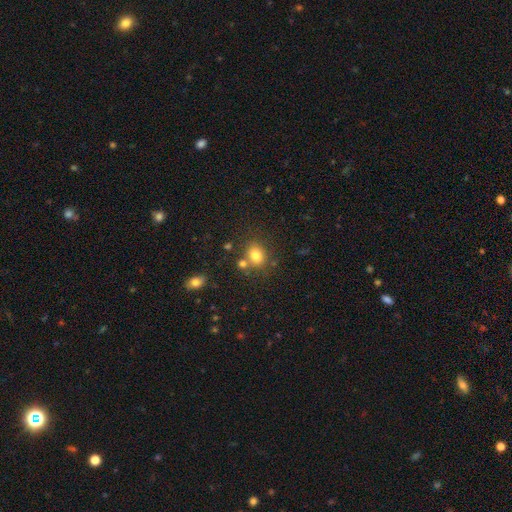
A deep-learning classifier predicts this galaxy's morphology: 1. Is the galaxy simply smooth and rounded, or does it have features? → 79% smooth, 12% star or artifact, 9% featured or disk.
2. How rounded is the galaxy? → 52% round, 47% in between, 1% cigar-shaped.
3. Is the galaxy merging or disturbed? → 65% none, 18% merger, 13% minor disturbance, 4% major disturbance.